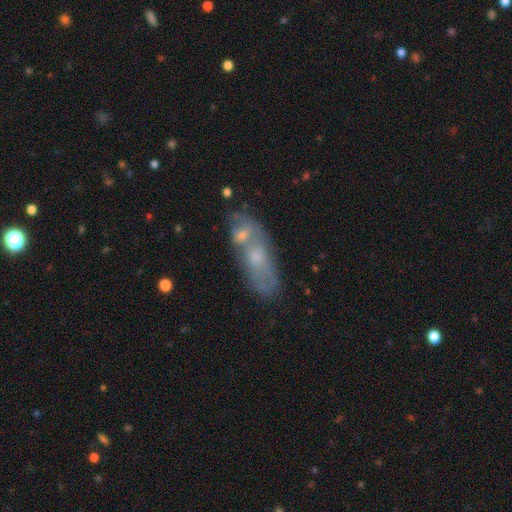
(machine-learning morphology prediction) type=smooth (45%); merging=none (41%).